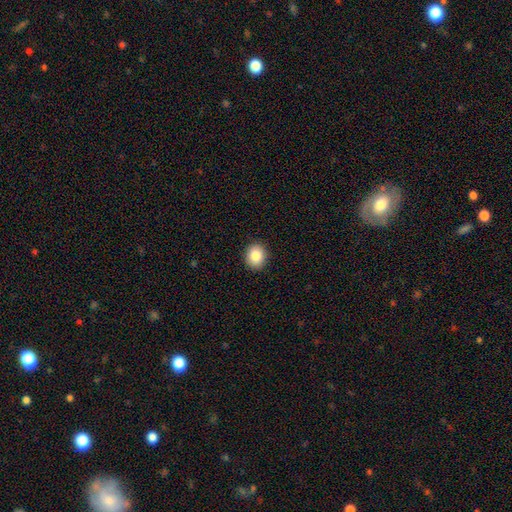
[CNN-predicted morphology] This is clearly a smooth galaxy (84%). How rounded: likely round (70%). Merging: clearly none (91%).